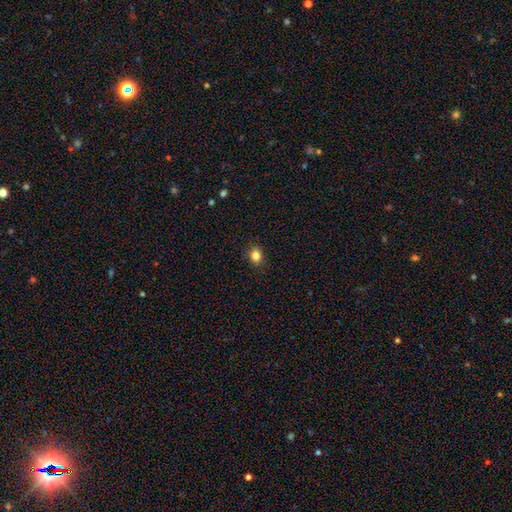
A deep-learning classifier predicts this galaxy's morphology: Smooth or featured?
  - smooth: 83% *
  - star or artifact: 12%
  - featured or disk: 5%
How rounded?
  - round: 60% *
  - in between: 39%
  - cigar-shaped: 1%
Merging?
  - none: 90% *
  - minor disturbance: 7%
  - major disturbance: 2%
  - merger: 1%